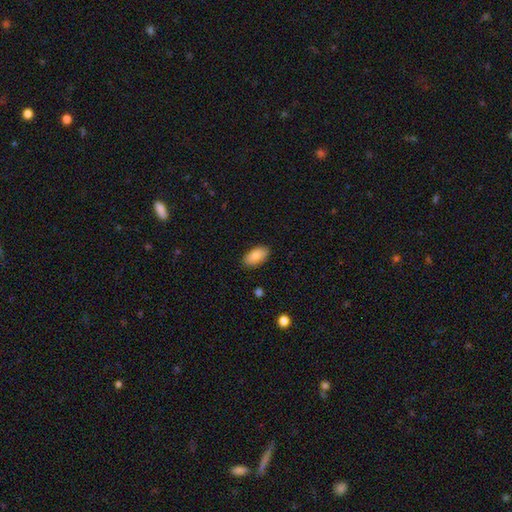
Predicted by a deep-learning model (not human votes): This appears to be a smooth galaxy with no disk features (88%) that is in between round and cigar-shaped (92%). Merging: none (88%).